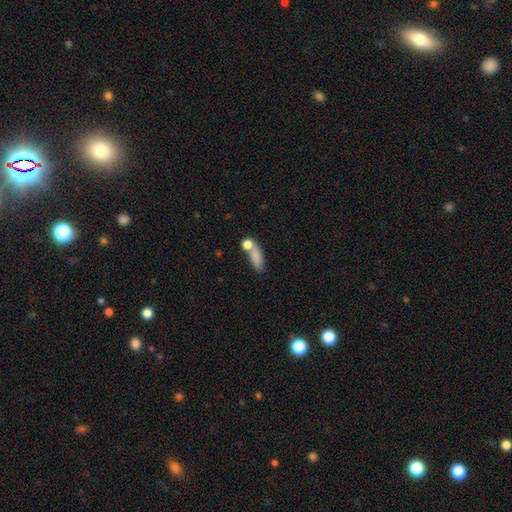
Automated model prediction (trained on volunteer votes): Q: Smooth or featured?
A: smooth (79%); runner-up: featured or disk (12%)
Q: How rounded?
A: in between (60%); runner-up: cigar-shaped (31%)
Q: Merging?
A: none (45%); runner-up: merger (31%)